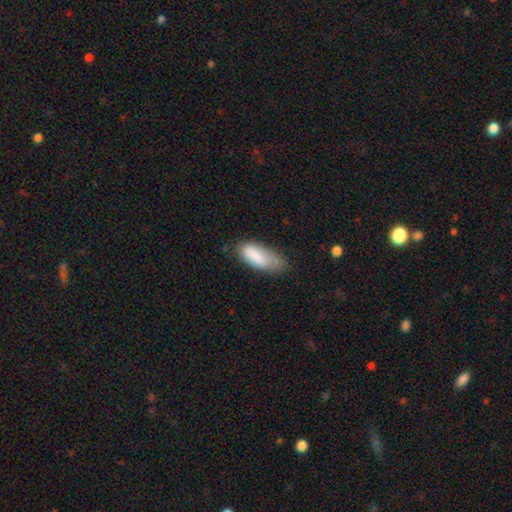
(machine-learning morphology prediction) A smooth galaxy with no disk features (84%) that is in between round and cigar-shaped (79%).

Vote fractions:
- Smooth or featured? smooth: 84% / featured or disk: 9% / star or artifact: 7%
- How rounded? in between: 79% / cigar-shaped: 19% / round: 2%
- Merging? none: 49% / minor disturbance: 35% / major disturbance: 13% / merger: 2%